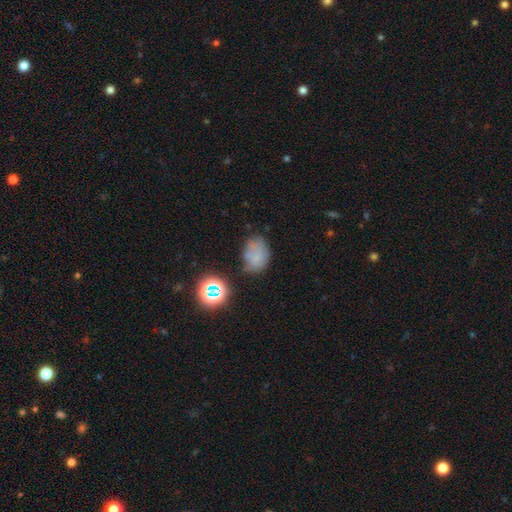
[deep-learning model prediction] Smooth or featured? Predicted: smooth (p=0.63). How rounded? Predicted: in between (p=0.67). Merging? Predicted: none (p=0.56).